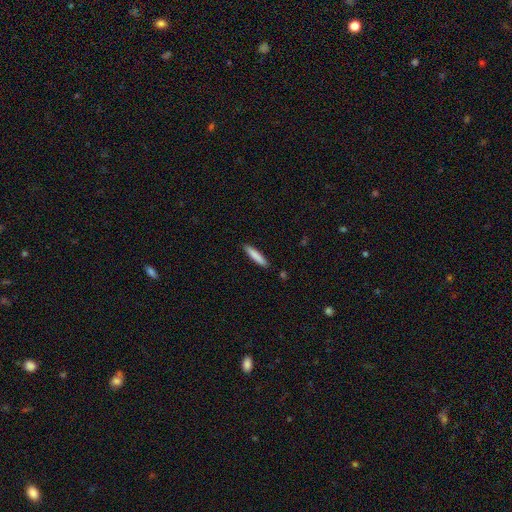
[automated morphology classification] Smooth or featured? smooth (84%)
How rounded? cigar-shaped (89%)
Merging? none (90%)